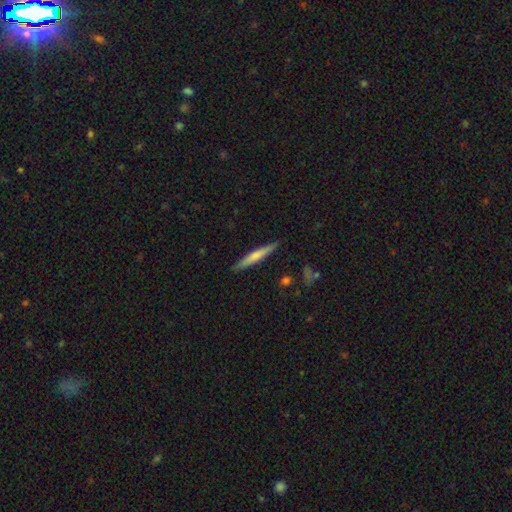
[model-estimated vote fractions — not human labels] Morphology: type=smooth (61%); roundness=cigar-shaped (94%); merging=none (90%).